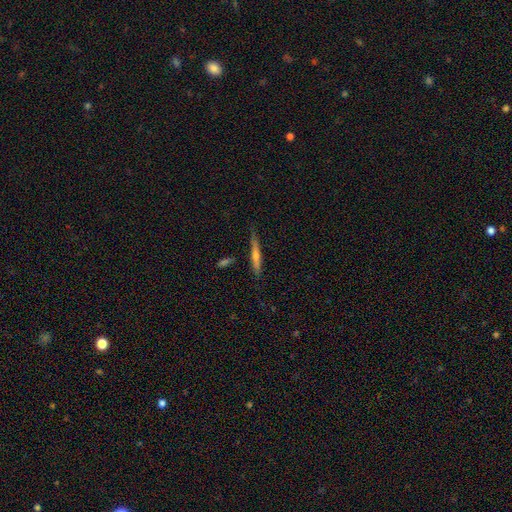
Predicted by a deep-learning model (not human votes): smooth_or_featured: featured or disk (p=0.53) [alt: smooth p=0.40]
disk_edge_on: yes (p=0.96) [alt: no p=0.04]
edge_on_bulge: rounded (p=0.71) [alt: none p=0.24]
merging: none (p=0.79) [alt: minor disturbance p=0.15]